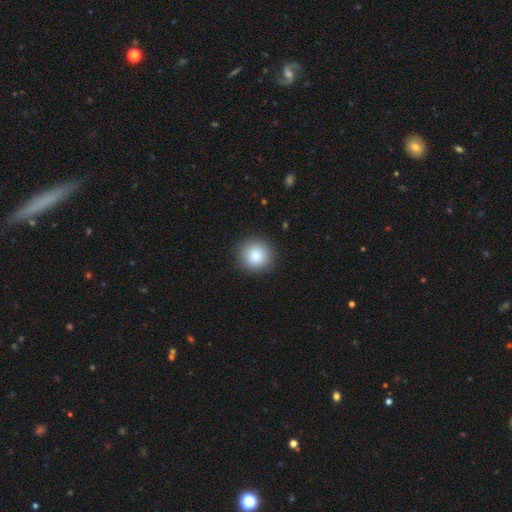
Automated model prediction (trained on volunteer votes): Smooth or featured? smooth (86%)
How rounded? round (93%)
Merging? none (91%)